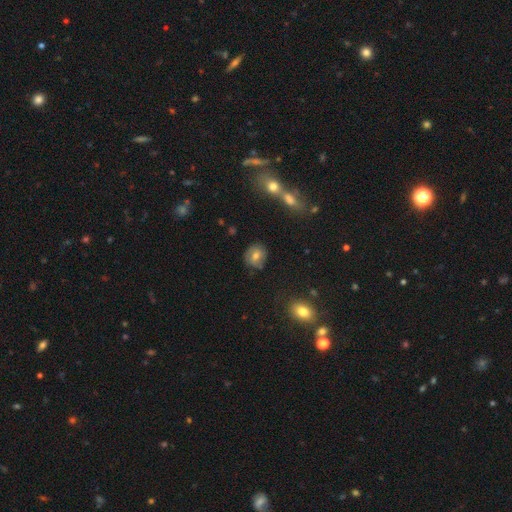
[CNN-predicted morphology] This is likely a smooth galaxy (66%). How rounded: likely round (71%). Merging: likely none (77%).